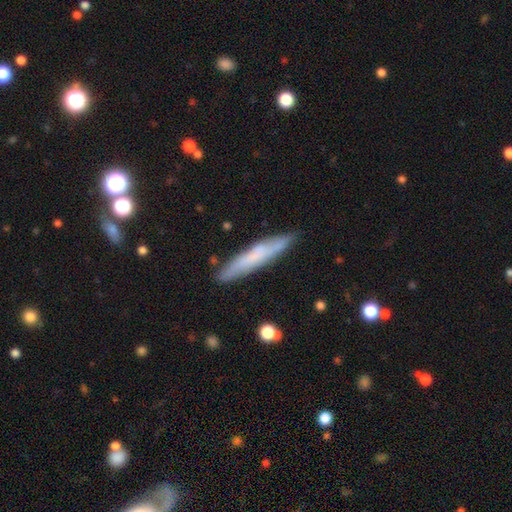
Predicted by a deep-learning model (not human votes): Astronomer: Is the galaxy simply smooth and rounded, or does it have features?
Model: smooth — 59% (runner-up: featured or disk, 34%).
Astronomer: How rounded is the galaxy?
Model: cigar-shaped — 93%.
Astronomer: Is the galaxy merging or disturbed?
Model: none — 86%.